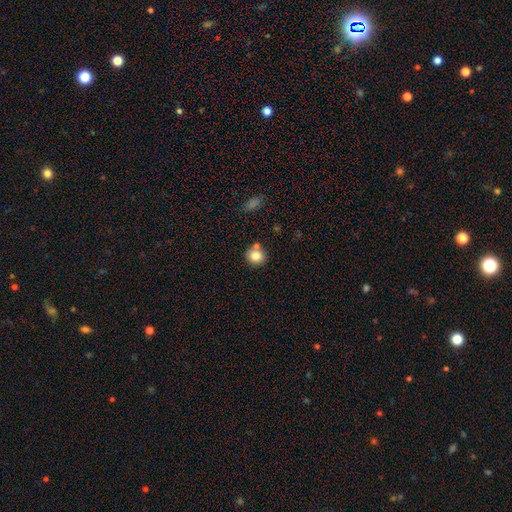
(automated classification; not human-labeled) This is clearly a smooth galaxy (82%). How rounded: clearly round (83%). Merging: likely none (65%).